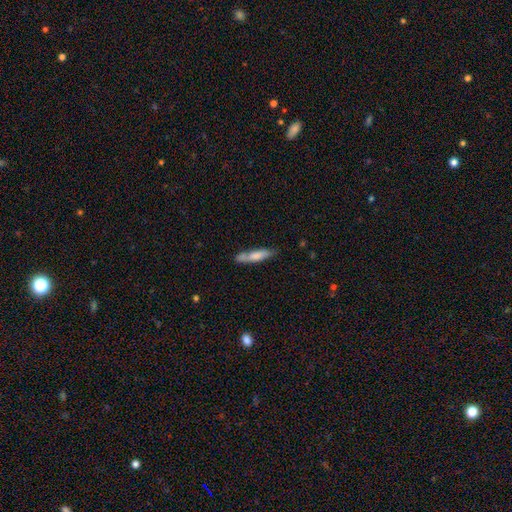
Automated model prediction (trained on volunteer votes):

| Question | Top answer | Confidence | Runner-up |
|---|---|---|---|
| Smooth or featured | smooth | 71% | featured or disk (23%) |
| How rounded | cigar-shaped | 76% | in between (22%) |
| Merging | none | 61% | minor disturbance (22%) |